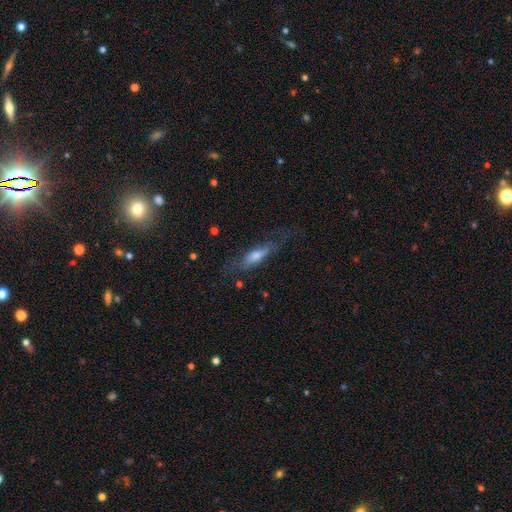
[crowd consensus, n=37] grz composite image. It shows a featured or disk galaxy (54%) viewed edge-on (60%) with a rounded central bulge (100%). Merging: none (56%).